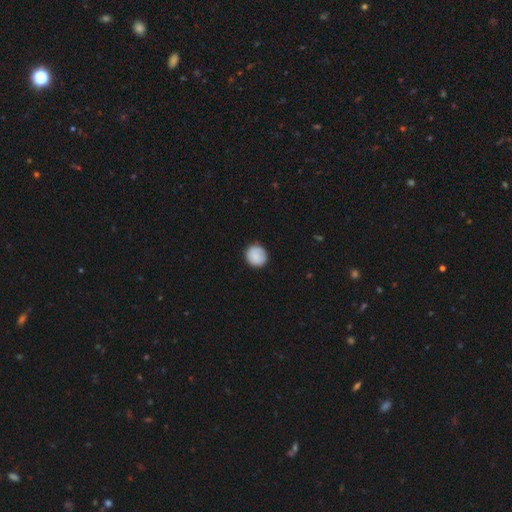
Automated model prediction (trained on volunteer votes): Smooth or featured? Predicted: smooth (p=0.86). How rounded? Predicted: round (p=0.92). Merging? Predicted: none (p=0.87).